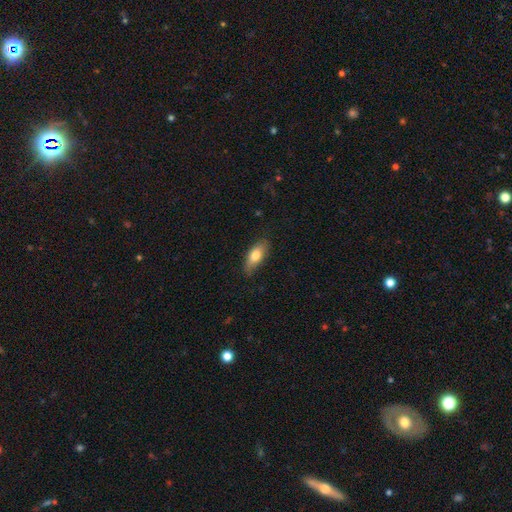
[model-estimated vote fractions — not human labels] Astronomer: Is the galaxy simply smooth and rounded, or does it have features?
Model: smooth — 73%.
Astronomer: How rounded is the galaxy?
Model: in between — 77%.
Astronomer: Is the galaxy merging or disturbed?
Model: none — 80%.